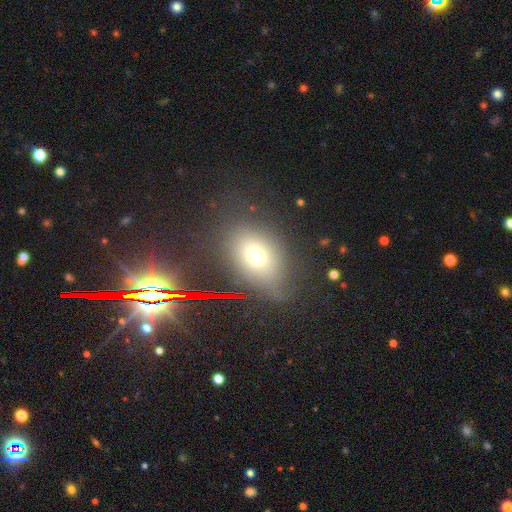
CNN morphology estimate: smooth 60%, star or artifact 23%, featured or disk 17%. Down the decision tree: how rounded — in between (75%); merging — none (69%).